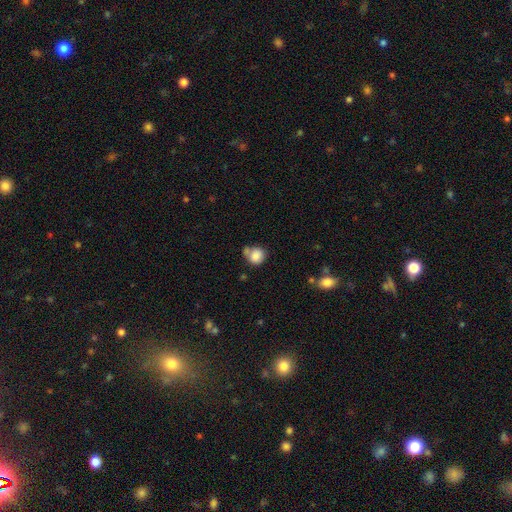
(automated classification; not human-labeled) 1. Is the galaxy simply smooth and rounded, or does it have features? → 84% smooth, 9% star or artifact, 8% featured or disk.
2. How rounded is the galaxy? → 79% round, 20% in between, 1% cigar-shaped.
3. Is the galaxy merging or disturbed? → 50% none, 23% merger, 20% minor disturbance, 7% major disturbance.